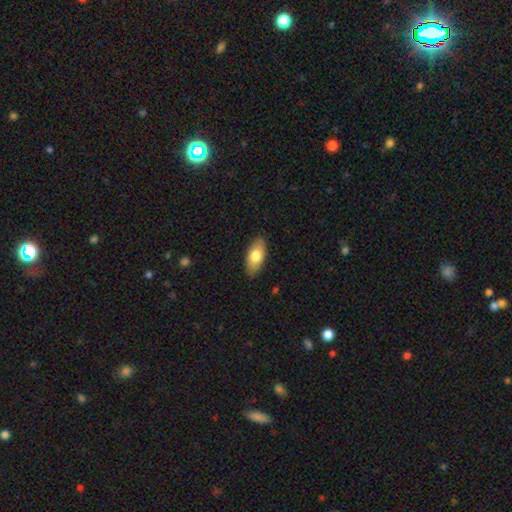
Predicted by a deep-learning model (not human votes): This is likely a smooth galaxy (76%). How rounded: clearly in between (90%). Merging: clearly none (87%).